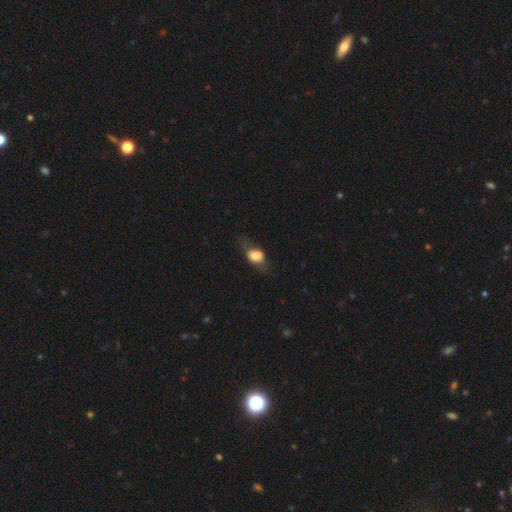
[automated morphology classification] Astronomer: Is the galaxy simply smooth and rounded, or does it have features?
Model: smooth — 68%.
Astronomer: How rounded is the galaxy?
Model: in between — 72%.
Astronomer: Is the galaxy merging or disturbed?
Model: none — 44% (runner-up: minor disturbance, 29%).